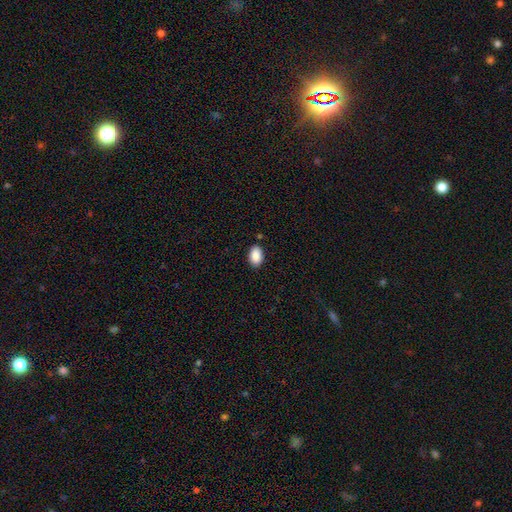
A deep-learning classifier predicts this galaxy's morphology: Smooth or featured? smooth (89%)
How rounded? in between (89%)
Merging? none (86%)